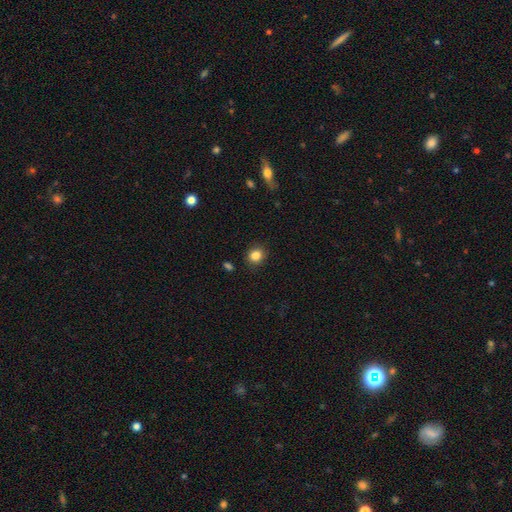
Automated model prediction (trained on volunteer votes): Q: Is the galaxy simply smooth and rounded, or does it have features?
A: smooth — 83%.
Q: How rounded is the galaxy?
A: round — 80%.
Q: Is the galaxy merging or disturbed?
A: none — 90%.